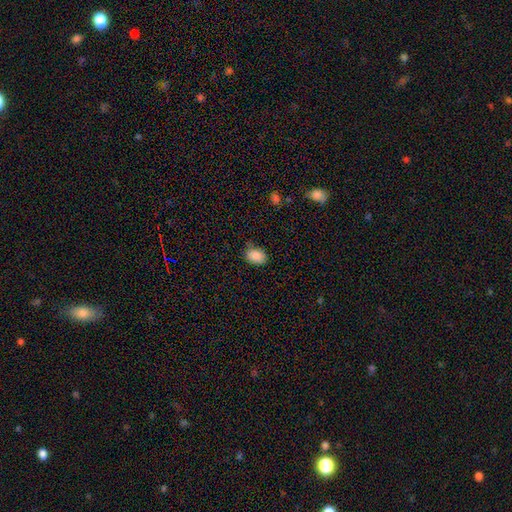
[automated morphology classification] A smooth galaxy with no disk features (88%) that is in between round and cigar-shaped (76%).

Vote fractions:
- Smooth or featured? smooth: 88% / star or artifact: 8% / featured or disk: 4%
- How rounded? in between: 76% / round: 23% / cigar-shaped: 1%
- Merging? none: 72% / minor disturbance: 22% / major disturbance: 4% / merger: 2%